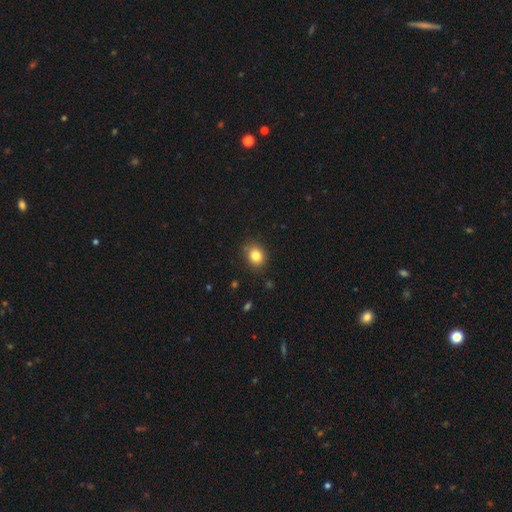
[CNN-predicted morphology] smooth_or_featured: smooth (p=0.84) [alt: star or artifact p=0.10]
how_rounded: round (p=0.57) [alt: in between p=0.42]
merging: none (p=0.84) [alt: minor disturbance p=0.12]